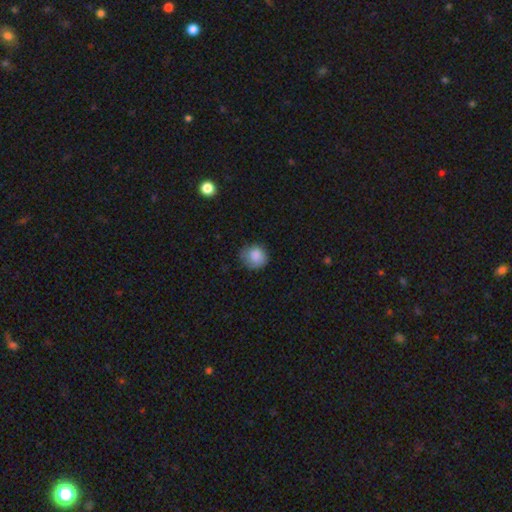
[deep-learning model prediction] This is clearly a smooth galaxy (85%). How rounded: clearly round (84%). Merging: likely none (67%).